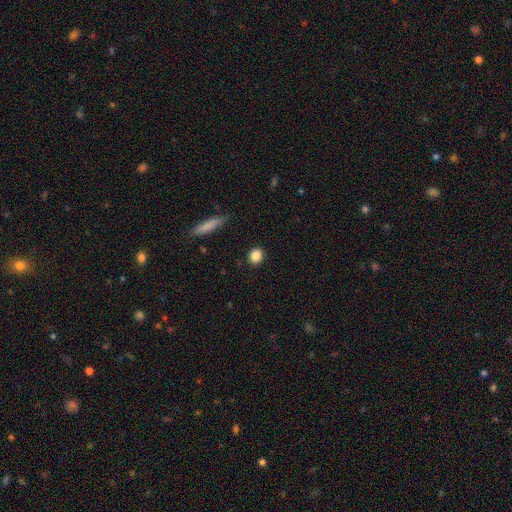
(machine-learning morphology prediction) This appears to be a smooth galaxy with no disk features (86%) that is round (73%). Merging: none (89%).